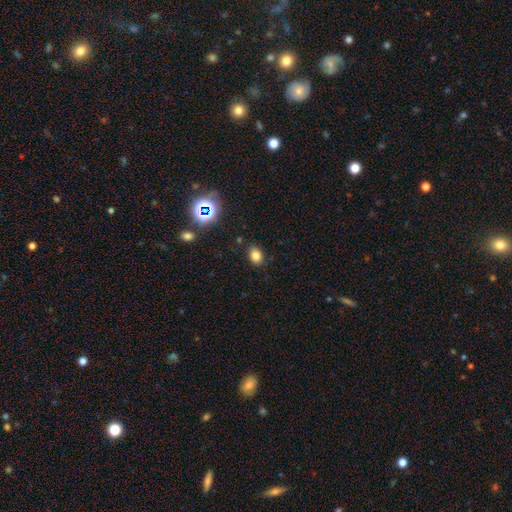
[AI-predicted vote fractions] Q: Smooth or featured?
A: smooth (78%); runner-up: star or artifact (15%)
Q: How rounded?
A: in between (66%); runner-up: round (32%)
Q: Merging?
A: none (84%); runner-up: minor disturbance (11%)